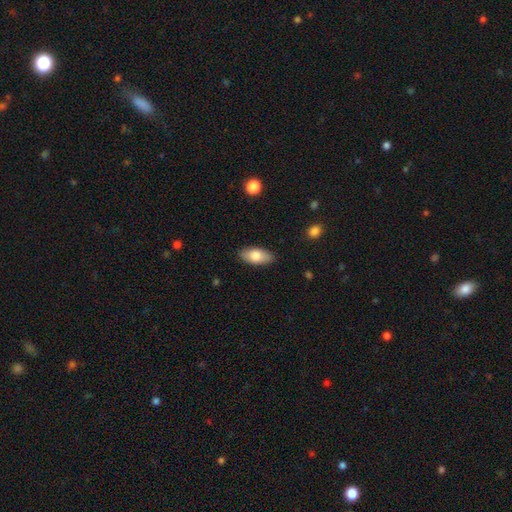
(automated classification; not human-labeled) smooth-or-featured: smooth: 77% | featured or disk: 17% | star or artifact: 6%
  how-rounded: in between: 90% | cigar-shaped: 7% | round: 3%
  merging: none: 87% | minor disturbance: 10% | major disturbance: 2% | merger: 1%